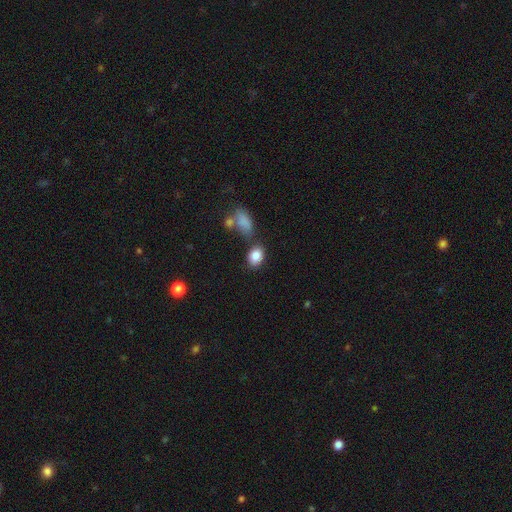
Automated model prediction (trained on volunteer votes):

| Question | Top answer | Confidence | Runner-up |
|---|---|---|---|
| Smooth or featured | smooth | 85% | star or artifact (9%) |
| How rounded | in between | 70% | round (29%) |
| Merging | none | 65% | minor disturbance (16%) |